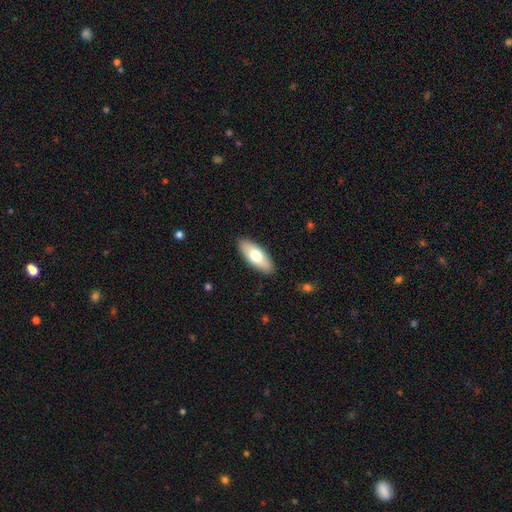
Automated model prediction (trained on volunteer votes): A smooth galaxy with no disk features (70%) that is in between round and cigar-shaped (80%).

Vote fractions:
- Smooth or featured? smooth: 70% / featured or disk: 25% / star or artifact: 5%
- How rounded? in between: 80% / cigar-shaped: 18% / round: 2%
- Merging? none: 89% / minor disturbance: 8% / major disturbance: 2% / merger: 1%